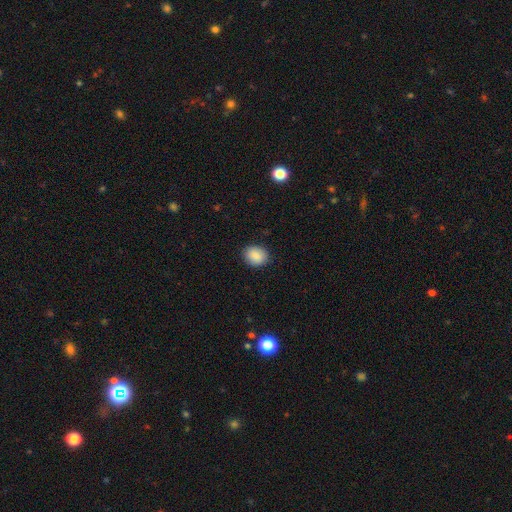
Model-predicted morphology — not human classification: Q: Smooth or featured?
A: smooth (88%); runner-up: star or artifact (8%)
Q: How rounded?
A: round (58%); runner-up: in between (41%)
Q: Merging?
A: none (89%); runner-up: minor disturbance (8%)